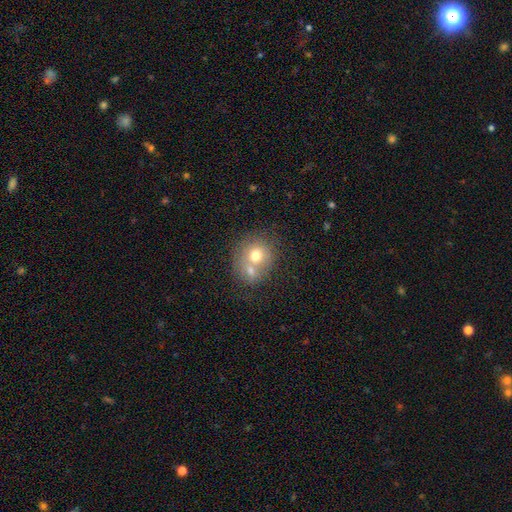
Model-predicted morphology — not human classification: Smooth or featured? smooth (66%)
How rounded? round (79%)
Merging? merger (51%)